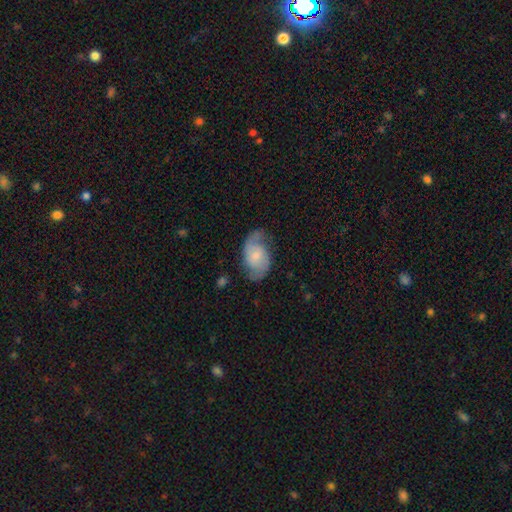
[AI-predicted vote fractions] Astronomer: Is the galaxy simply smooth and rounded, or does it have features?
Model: featured or disk — 62%.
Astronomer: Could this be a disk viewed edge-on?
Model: no — 96%.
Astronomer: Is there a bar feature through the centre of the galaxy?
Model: no — 58% (runner-up: weak, 35%).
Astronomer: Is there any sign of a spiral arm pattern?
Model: yes — 89%.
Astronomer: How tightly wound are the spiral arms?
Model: medium — 44% (runner-up: loose, 38%).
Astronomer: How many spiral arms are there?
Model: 2 — 85%.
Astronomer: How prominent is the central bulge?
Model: small — 52% (runner-up: moderate, 31%).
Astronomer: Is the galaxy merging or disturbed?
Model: none — 63%.